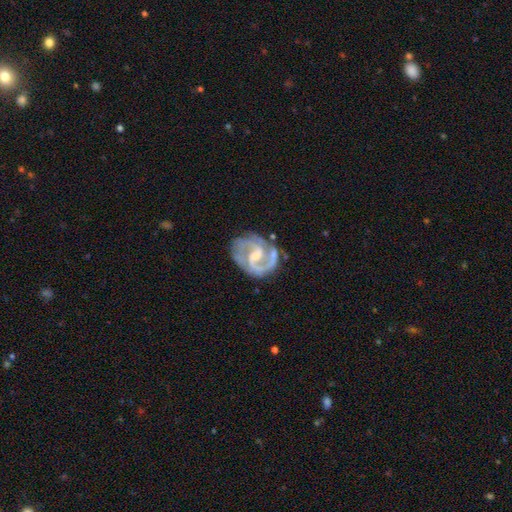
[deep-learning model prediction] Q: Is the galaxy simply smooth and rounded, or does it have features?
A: featured or disk — 88%.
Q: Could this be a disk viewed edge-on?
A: no — 98%.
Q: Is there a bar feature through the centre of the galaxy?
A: weak — 54%.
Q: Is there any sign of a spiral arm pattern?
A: yes — 95%.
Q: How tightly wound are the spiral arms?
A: medium — 51%.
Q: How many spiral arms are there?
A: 2 — 72%.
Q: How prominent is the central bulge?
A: moderate — 49%.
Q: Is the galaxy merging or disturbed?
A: none — 63%.